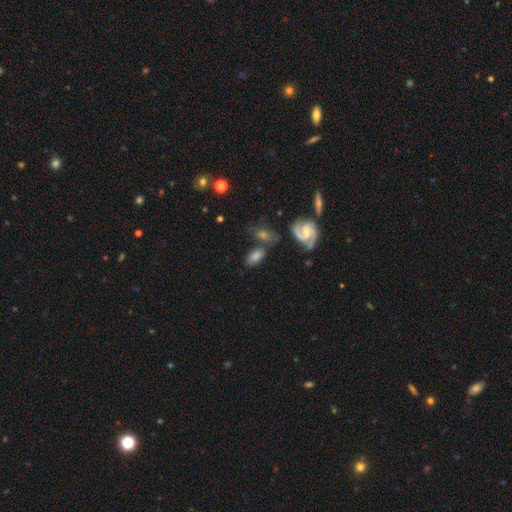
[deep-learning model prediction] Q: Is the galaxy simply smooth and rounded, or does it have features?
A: smooth — 50%.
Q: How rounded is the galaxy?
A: in between — 86%.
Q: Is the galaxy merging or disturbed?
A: none — 57%.